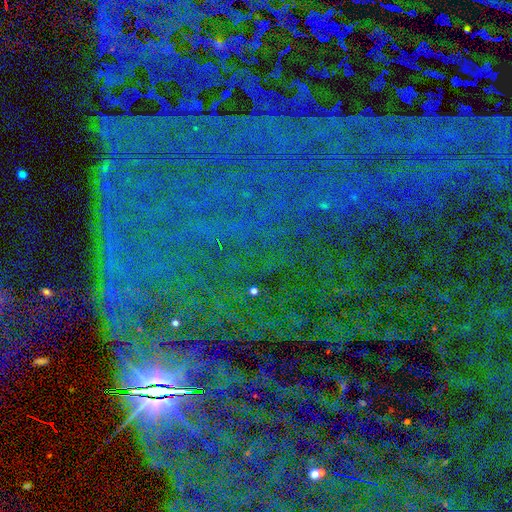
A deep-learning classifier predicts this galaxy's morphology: smooth-or-featured: star or artifact: 87% | smooth: 7% | featured or disk: 6%